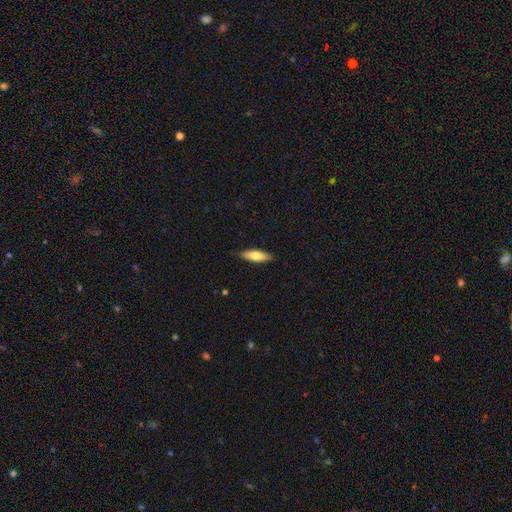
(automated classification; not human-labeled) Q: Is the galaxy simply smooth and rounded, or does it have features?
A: smooth — 70%.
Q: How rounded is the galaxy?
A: in between — 51%.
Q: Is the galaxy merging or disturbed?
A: none — 85%.